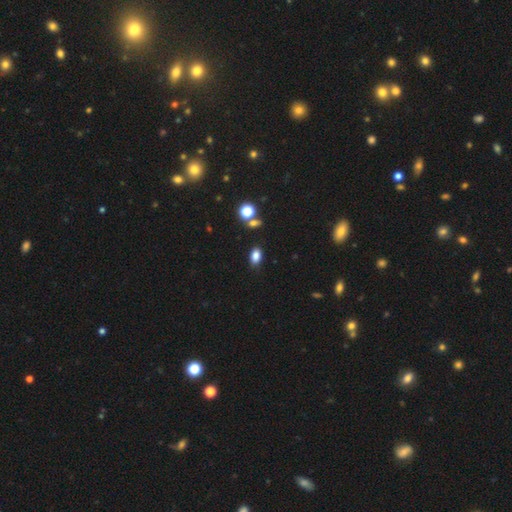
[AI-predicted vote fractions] Morphology: type=smooth (83%); roundness=in between (84%); merging=none (83%).